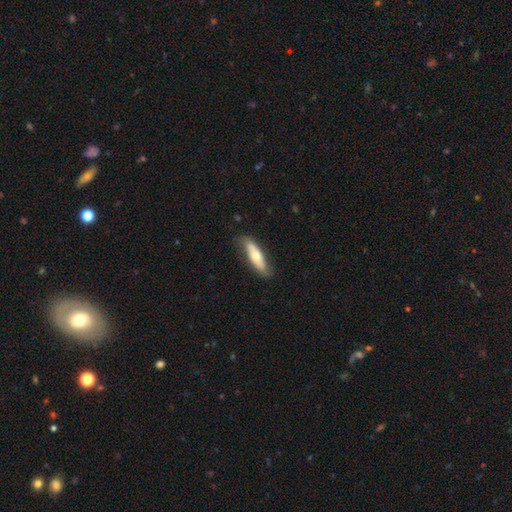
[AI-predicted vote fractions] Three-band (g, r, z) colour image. It shows a smooth galaxy with no disk features (51%) that is cigar-shaped (53%). Merging: none (77%).